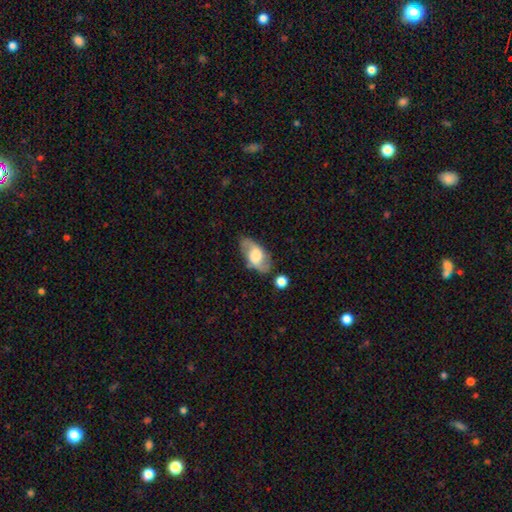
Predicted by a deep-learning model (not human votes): A featured or disk galaxy (54%).

Vote fractions:
- Smooth or featured? featured or disk: 54% / smooth: 39% / star or artifact: 7%
- Edge-on disk? no: 87% / yes: 13%
- Merging? none: 73% / minor disturbance: 17% / major disturbance: 5% / merger: 5%